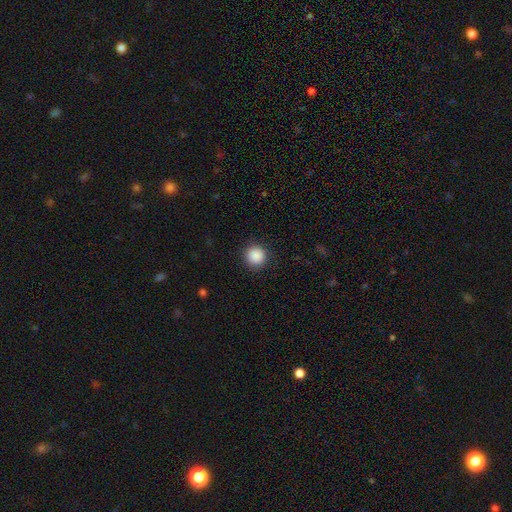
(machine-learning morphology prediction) This is clearly a smooth galaxy (89%). How rounded: clearly round (95%). Merging: clearly none (91%).